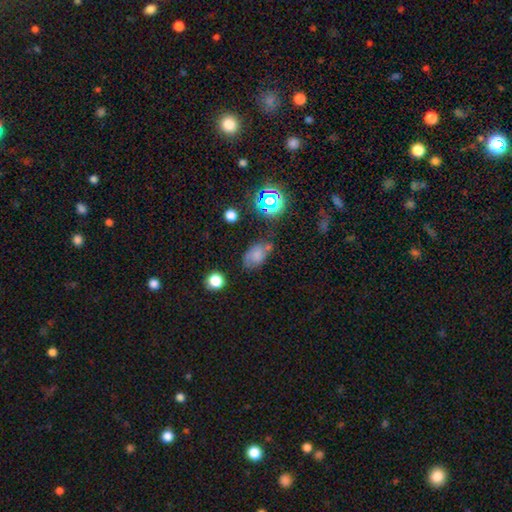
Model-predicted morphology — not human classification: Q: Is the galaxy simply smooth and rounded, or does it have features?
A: smooth — 65%.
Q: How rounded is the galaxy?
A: in between — 84%.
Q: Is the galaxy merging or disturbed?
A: none — 52%.